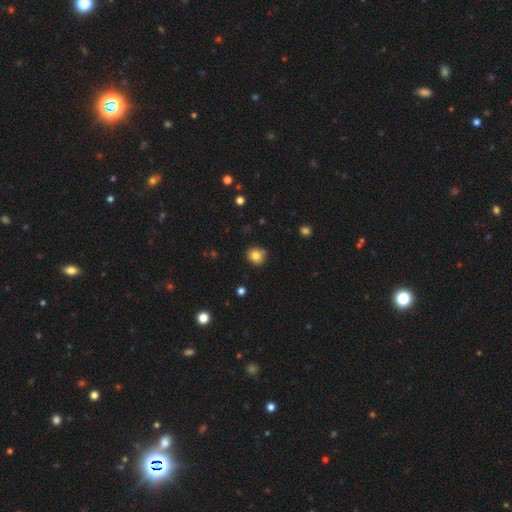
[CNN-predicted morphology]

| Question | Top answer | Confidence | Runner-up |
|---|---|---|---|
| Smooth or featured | smooth | 81% | star or artifact (11%) |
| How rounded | round | 79% | in between (20%) |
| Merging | none | 79% | minor disturbance (15%) |